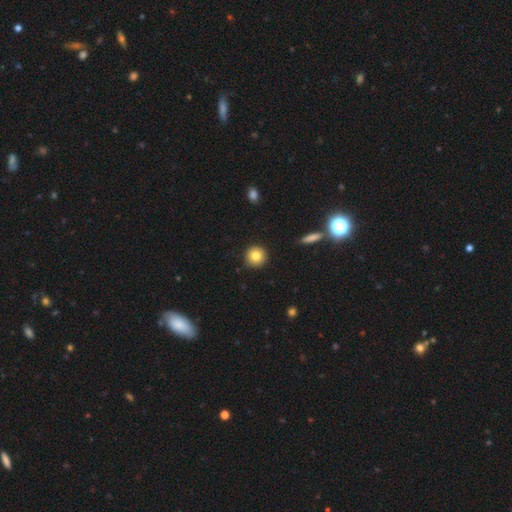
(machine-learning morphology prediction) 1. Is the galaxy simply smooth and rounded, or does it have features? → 83% smooth, 10% star or artifact, 8% featured or disk.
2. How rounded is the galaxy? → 93% round, 6% in between, 1% cigar-shaped.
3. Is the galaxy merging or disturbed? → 91% none, 6% minor disturbance, 2% major disturbance, 1% merger.